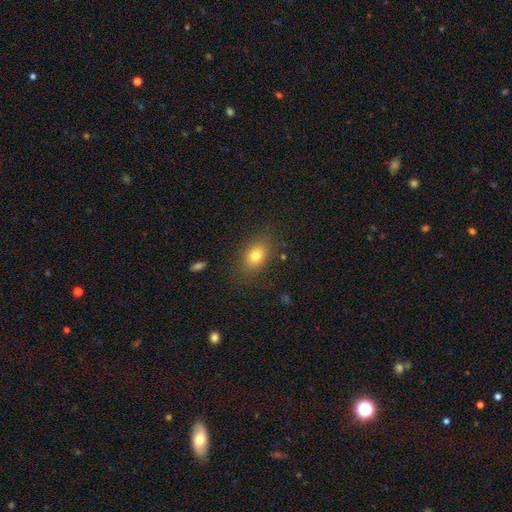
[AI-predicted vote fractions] Overall: smooth (77%). How rounded: in between (72%). Merging: none (82%).